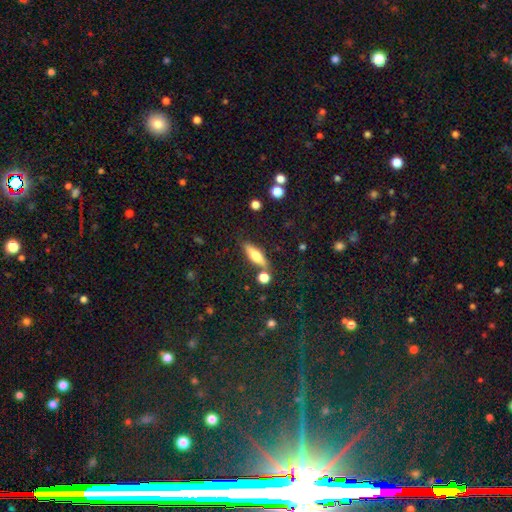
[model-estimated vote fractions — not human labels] Smooth or featured: smooth — 56% (featured or disk — 37%)
How rounded: cigar-shaped — 57% (in between — 40%)
Merging: none — 78% (minor disturbance — 12%)